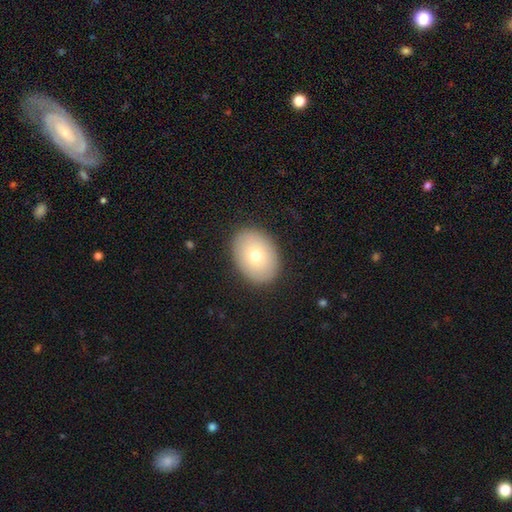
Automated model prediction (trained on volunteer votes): smooth_or_featured: smooth (p=0.75) [alt: featured or disk p=0.17]
how_rounded: in between (p=0.74) [alt: round p=0.25]
merging: none (p=0.89) [alt: minor disturbance p=0.08]